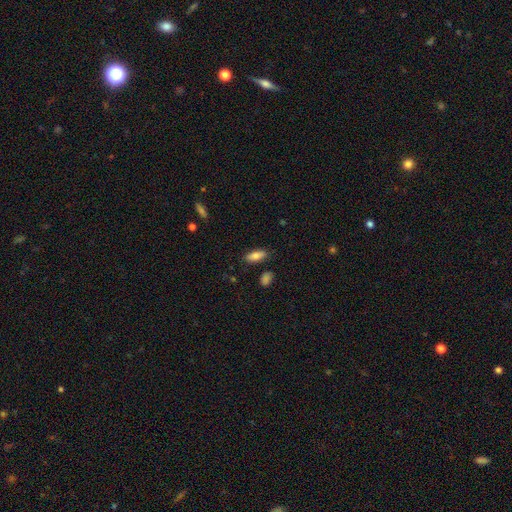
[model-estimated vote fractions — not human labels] Overall: smooth (80%). How rounded: in between (78%). Merging: none (84%).